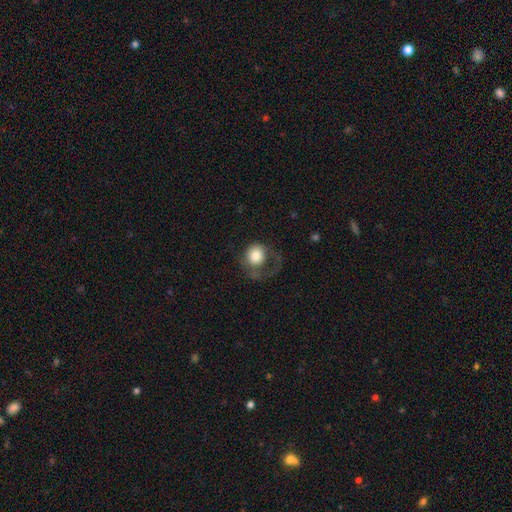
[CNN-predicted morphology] smooth 73%, featured or disk 18%, star or artifact 8%. Down the decision tree: how rounded — round (83%); merging — major disturbance (44%).